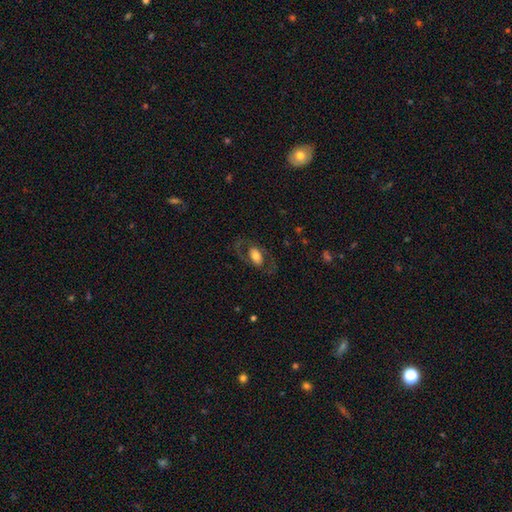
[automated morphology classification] Smooth or featured? smooth (47%)
Merging? none (70%)